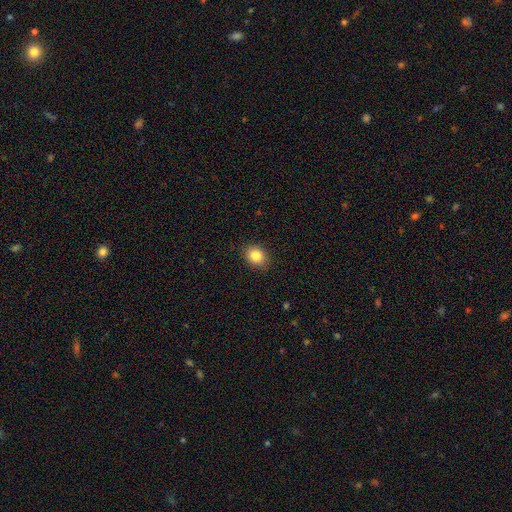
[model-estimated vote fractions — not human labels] Morphology: type=smooth (85%); roundness=in between (50%); merging=none (88%).